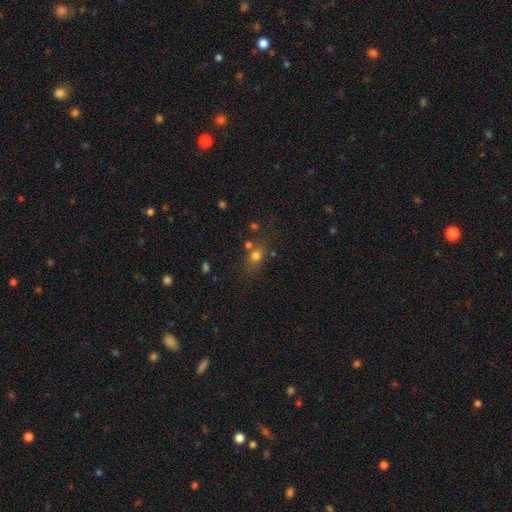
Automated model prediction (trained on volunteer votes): The model was most divided on "how rounded": round: 53%, in between: 44%, cigar-shaped: 3%. More confident: smooth or featured — smooth (72%); merging — none (62%).